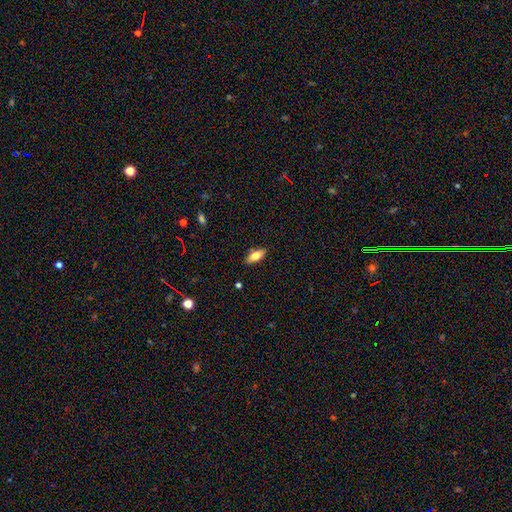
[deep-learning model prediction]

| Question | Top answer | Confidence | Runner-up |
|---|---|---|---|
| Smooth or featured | smooth | 73% | featured or disk (20%) |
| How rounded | in between | 79% | cigar-shaped (18%) |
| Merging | none | 86% | minor disturbance (10%) |